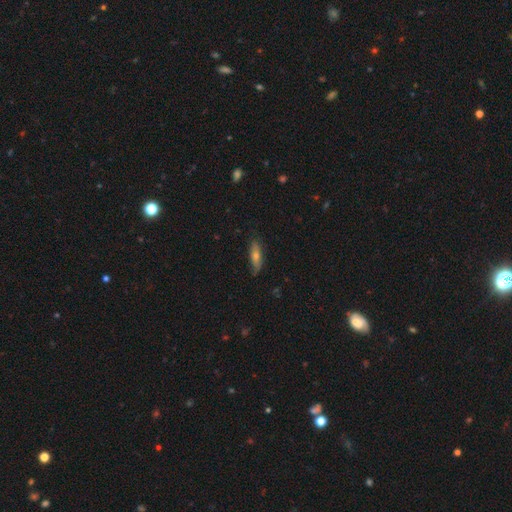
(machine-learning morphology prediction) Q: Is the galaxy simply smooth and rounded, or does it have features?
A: smooth — 52%.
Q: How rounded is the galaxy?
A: cigar-shaped — 65%.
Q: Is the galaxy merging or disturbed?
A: none — 81%.